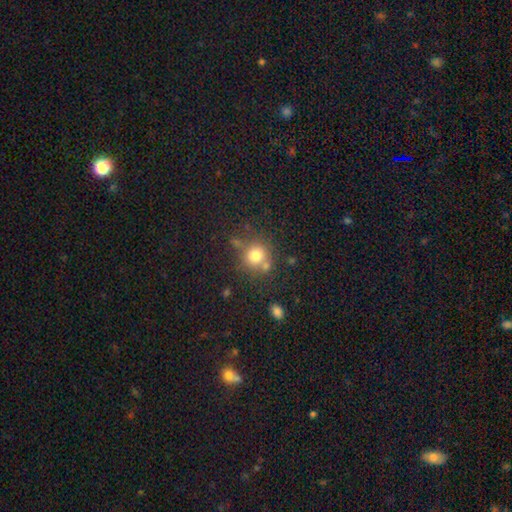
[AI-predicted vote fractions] smooth_or_featured: smooth (p=0.76) [alt: star or artifact p=0.13]
how_rounded: round (p=0.85) [alt: in between p=0.14]
merging: none (p=0.59) [alt: merger p=0.21]